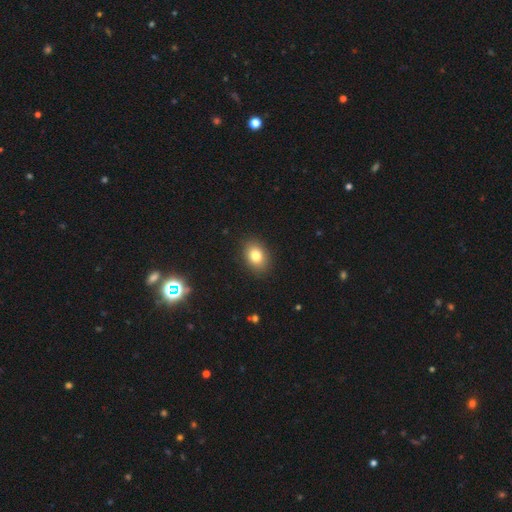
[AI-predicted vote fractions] Smooth or featured: smooth — 81% (star or artifact — 10%)
How rounded: in between — 73% (round — 26%)
Merging: none — 89% (minor disturbance — 8%)